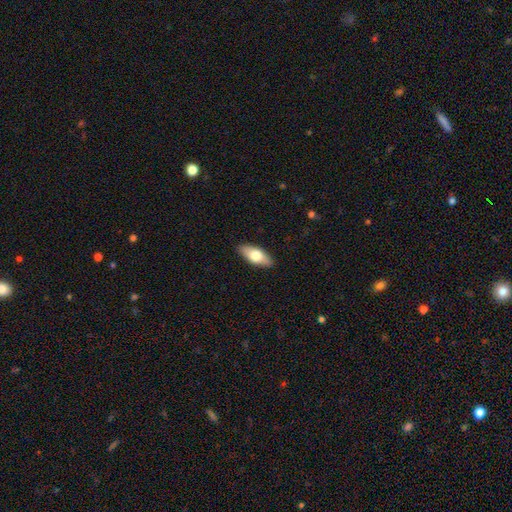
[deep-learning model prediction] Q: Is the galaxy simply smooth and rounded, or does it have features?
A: smooth — 68%.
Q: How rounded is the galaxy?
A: in between — 82%.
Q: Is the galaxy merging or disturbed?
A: none — 88%.